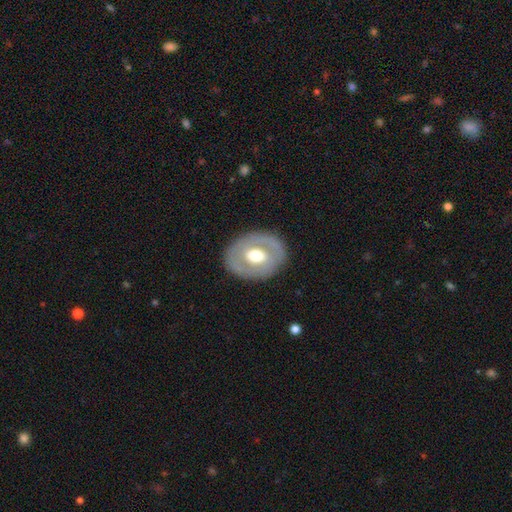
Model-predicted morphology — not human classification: Overall: featured or disk (53%; smooth 41%). Edge-on disk: no (93%). Merging: none (83%).